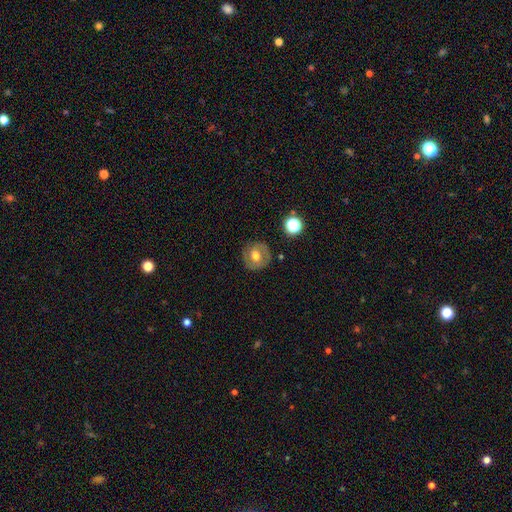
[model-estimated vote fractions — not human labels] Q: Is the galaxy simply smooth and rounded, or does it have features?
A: smooth — 48%.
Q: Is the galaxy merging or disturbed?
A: none — 82%.